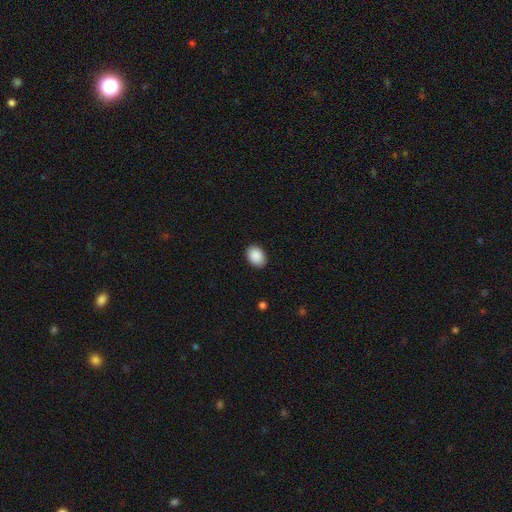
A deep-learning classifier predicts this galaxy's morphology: A smooth galaxy with no disk features (90%) that is in between round and cigar-shaped (72%). Merging: none (89%).